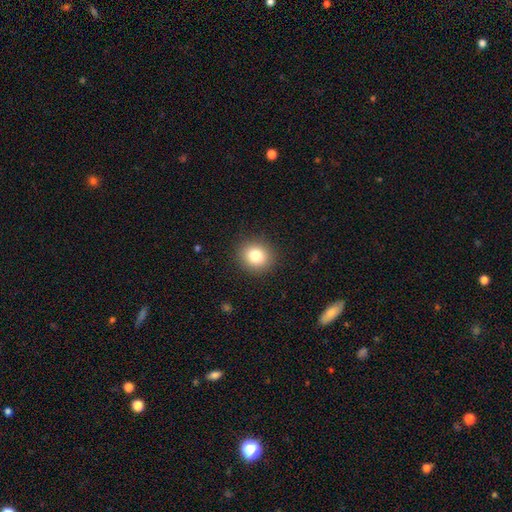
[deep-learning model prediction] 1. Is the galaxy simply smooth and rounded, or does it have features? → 82% smooth, 11% star or artifact, 7% featured or disk.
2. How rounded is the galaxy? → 83% round, 16% in between, 1% cigar-shaped.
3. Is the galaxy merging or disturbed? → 90% none, 6% minor disturbance, 2% major disturbance, 1% merger.